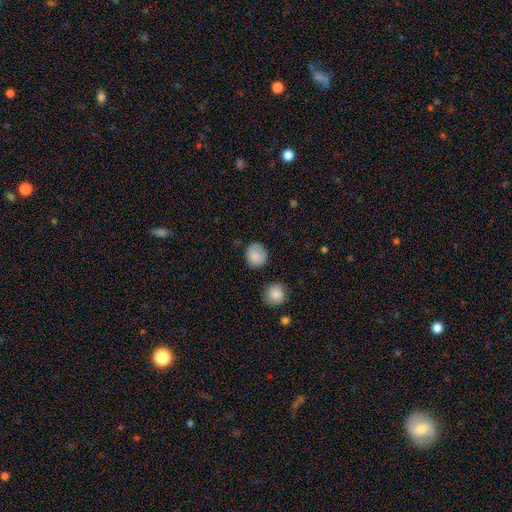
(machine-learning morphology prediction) Smooth or featured? smooth (86%)
How rounded? round (86%)
Merging? none (82%)